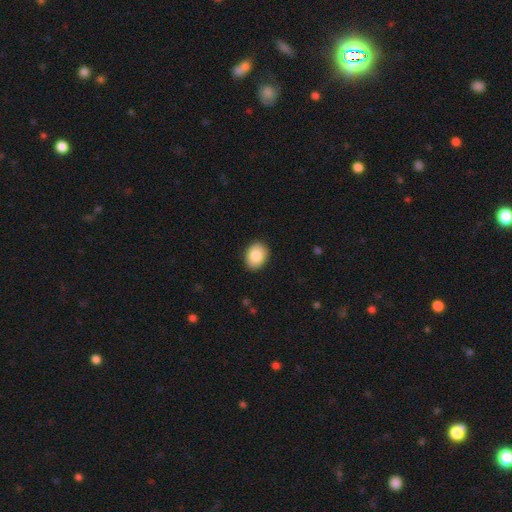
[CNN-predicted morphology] Smooth or featured: smooth — 86% (featured or disk — 7%)
How rounded: in between — 65% (round — 34%)
Merging: none — 89% (minor disturbance — 8%)